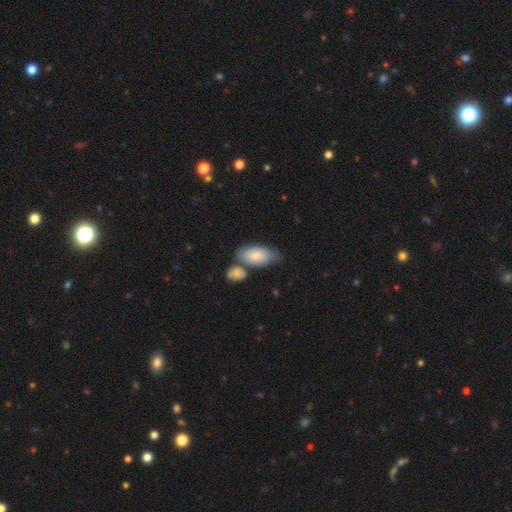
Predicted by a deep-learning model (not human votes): smooth-or-featured: smooth: 75% | featured or disk: 19% | star or artifact: 6%
  how-rounded: in between: 92% | cigar-shaped: 4% | round: 4%
  merging: none: 49% | merger: 28% | minor disturbance: 18% | major disturbance: 5%